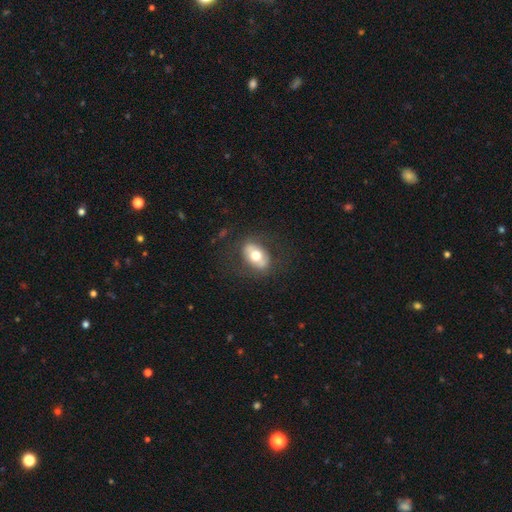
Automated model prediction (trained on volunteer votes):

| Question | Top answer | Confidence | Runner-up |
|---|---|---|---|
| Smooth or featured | smooth | 57% | featured or disk (36%) |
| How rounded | in between | 81% | round (17%) |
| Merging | none | 77% | minor disturbance (14%) |